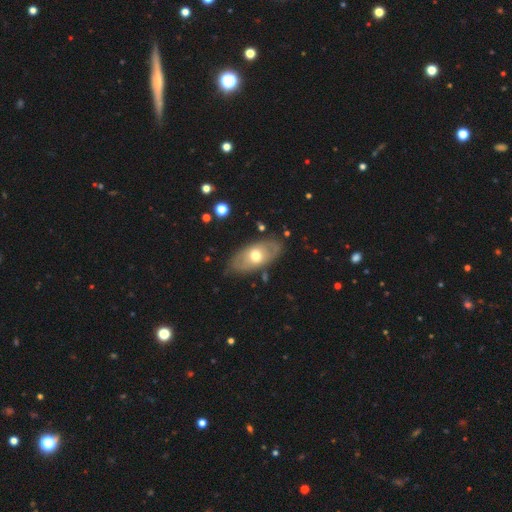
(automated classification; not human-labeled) A smooth galaxy with no disk features (48%). Merging: none (79%).